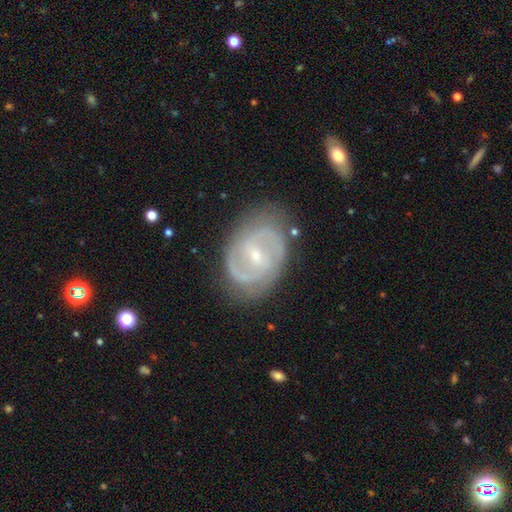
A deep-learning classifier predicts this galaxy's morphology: type=featured or disk (85%); edge-on=no (97%); bar=weak (50%); spiral arms=yes (92%); winding=medium (46%); arm count=2 (75%); bulge=small (72%); merging=none (74%).